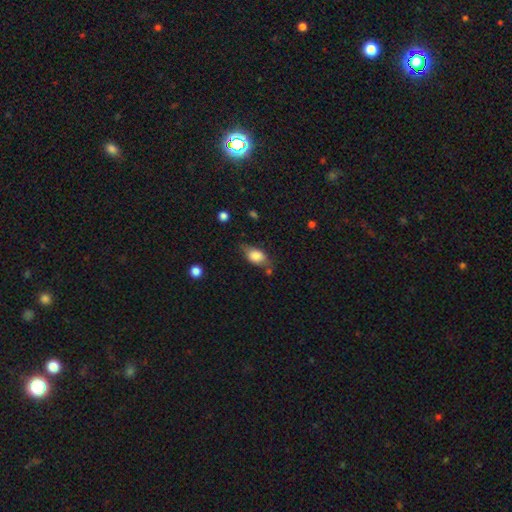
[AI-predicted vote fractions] Morphology: type=smooth (77%); roundness=in between (83%); merging=none (57%).